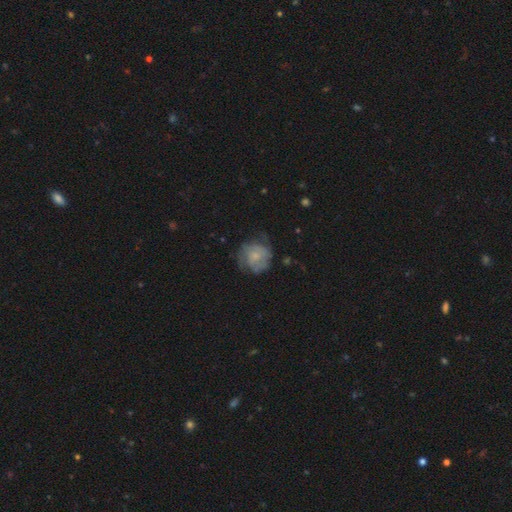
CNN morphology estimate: A featured or disk galaxy (48%).

Vote fractions:
- Smooth or featured? featured or disk: 48% / smooth: 44% / star or artifact: 9%
- Merging? none: 57% / minor disturbance: 26% / major disturbance: 16% / merger: 2%